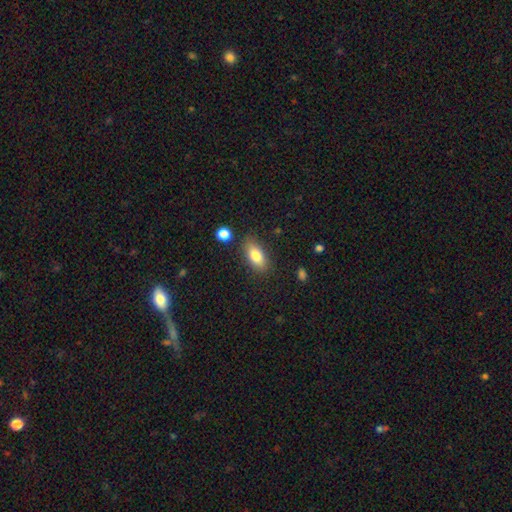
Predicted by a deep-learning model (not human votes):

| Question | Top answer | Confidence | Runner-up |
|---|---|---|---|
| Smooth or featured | smooth | 79% | featured or disk (14%) |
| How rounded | in between | 82% | cigar-shaped (14%) |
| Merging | none | 82% | minor disturbance (12%) |